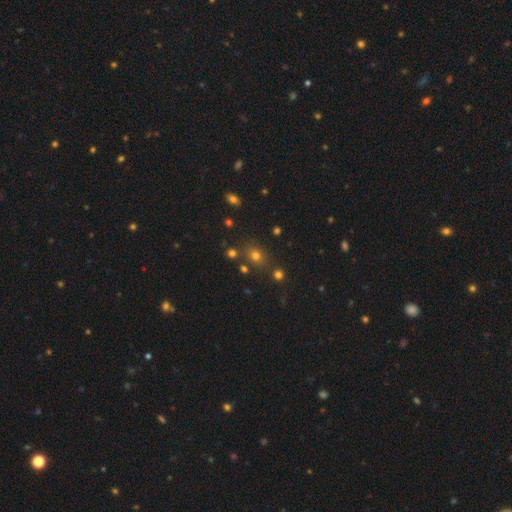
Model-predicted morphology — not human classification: The model was most divided on "how rounded": round: 62%, in between: 36%, cigar-shaped: 2%. More confident: merging — none (77%); smooth or featured — smooth (63%).